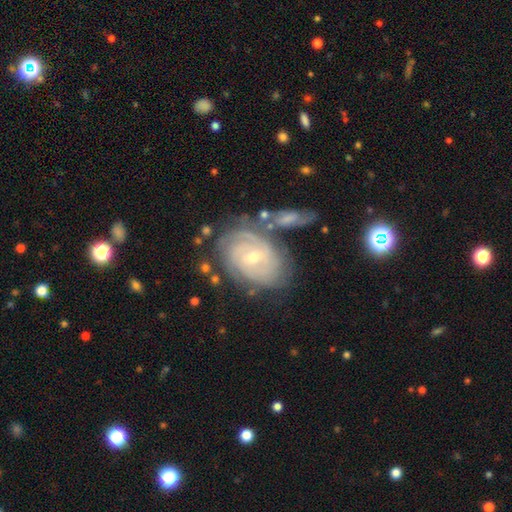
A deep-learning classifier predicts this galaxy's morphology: This is clearly a featured or disk galaxy (84%). It is clearly not viewed edge-on (96%). Bar: possibly weak (45%). Spiral arm pattern: clearly yes (94%). Spiral arm count: marginally can't tell (36%). Spiral winding: likely tight (77%). Central bulge: possibly small (56%). Merging: likely none (66%).